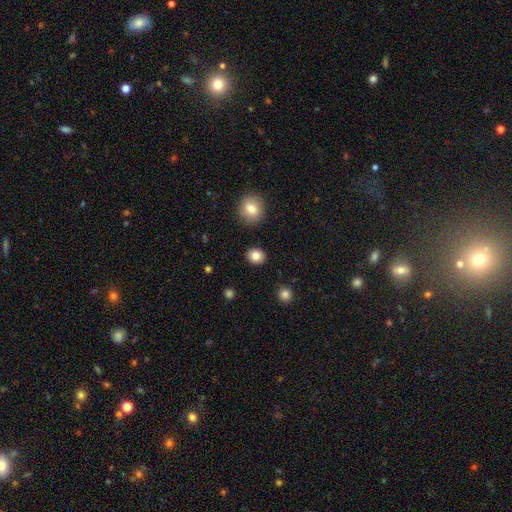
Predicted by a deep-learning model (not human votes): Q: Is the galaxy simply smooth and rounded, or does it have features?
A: smooth — 82%.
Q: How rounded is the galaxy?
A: round — 68%.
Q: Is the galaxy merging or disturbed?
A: none — 90%.